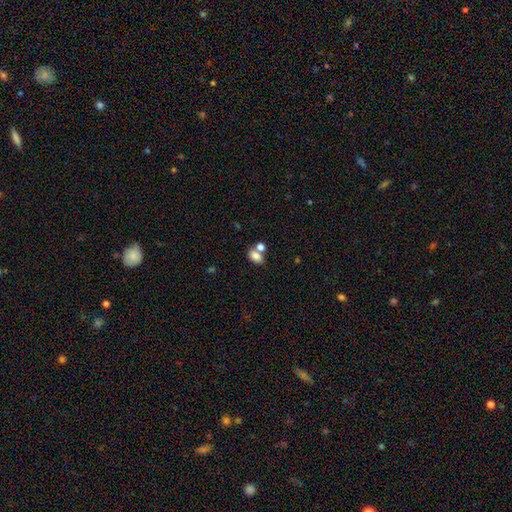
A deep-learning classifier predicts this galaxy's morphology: Smooth or featured? Predicted: smooth (p=0.80). How rounded? Predicted: in between (p=0.83). Merging? Predicted: none (p=0.44).